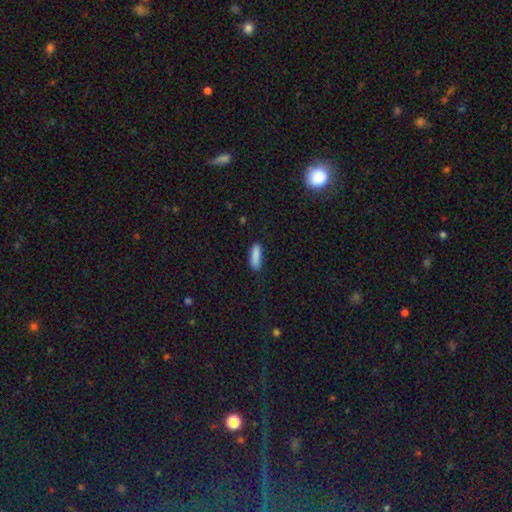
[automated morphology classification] Smooth or featured? smooth (88%)
How rounded? in between (56%)
Merging? none (82%)